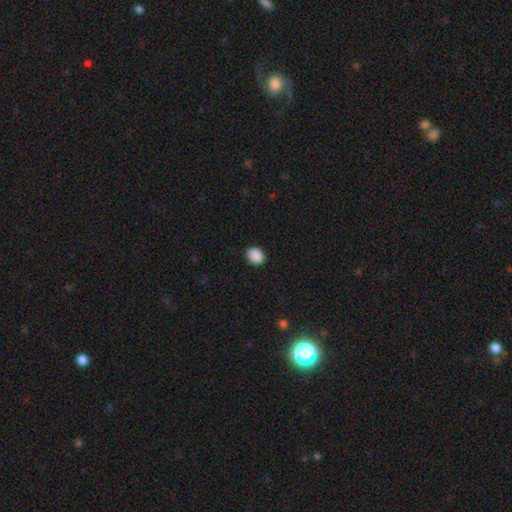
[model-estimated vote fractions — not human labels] Smooth or featured?
  - smooth: 90% *
  - star or artifact: 8%
  - featured or disk: 2%
How rounded?
  - in between: 54% *
  - round: 46%
  - cigar-shaped: 1%
Merging?
  - none: 89% *
  - minor disturbance: 8%
  - major disturbance: 2%
  - merger: 1%